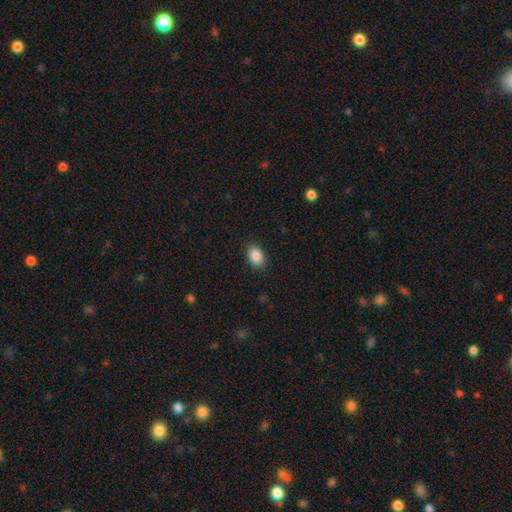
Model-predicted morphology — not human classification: A smooth galaxy with no disk features (87%) that is in between round and cigar-shaped (82%).

Vote fractions:
- Smooth or featured? smooth: 87% / star or artifact: 8% / featured or disk: 5%
- How rounded? in between: 82% / round: 17% / cigar-shaped: 1%
- Merging? none: 89% / minor disturbance: 8% / major disturbance: 2% / merger: 1%